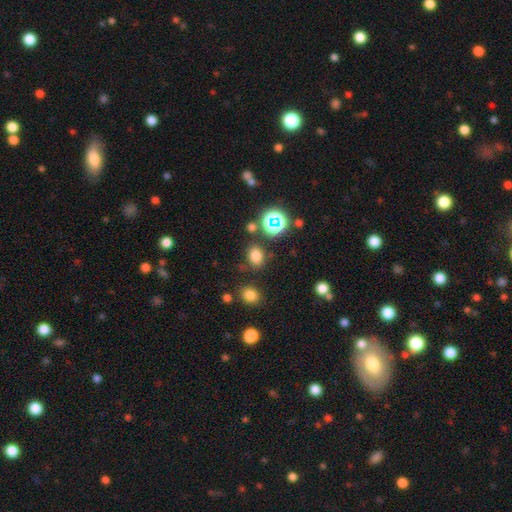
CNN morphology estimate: Q: Smooth or featured?
A: smooth (74%); runner-up: star or artifact (20%)
Q: How rounded?
A: in between (57%); runner-up: round (42%)
Q: Merging?
A: none (78%); runner-up: minor disturbance (12%)